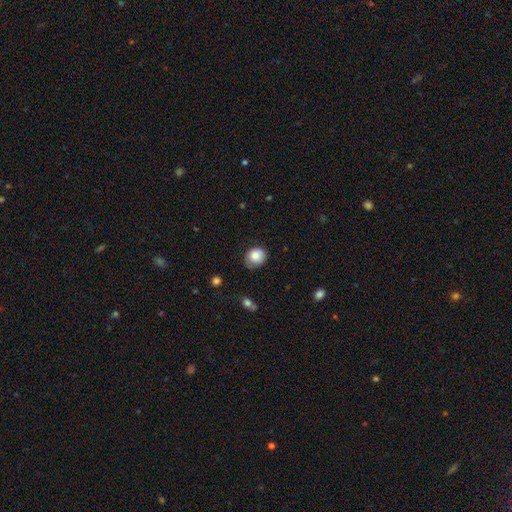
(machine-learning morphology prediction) This appears to be a smooth galaxy with no disk features (83%) that is round (73%). Merging: none (64%).